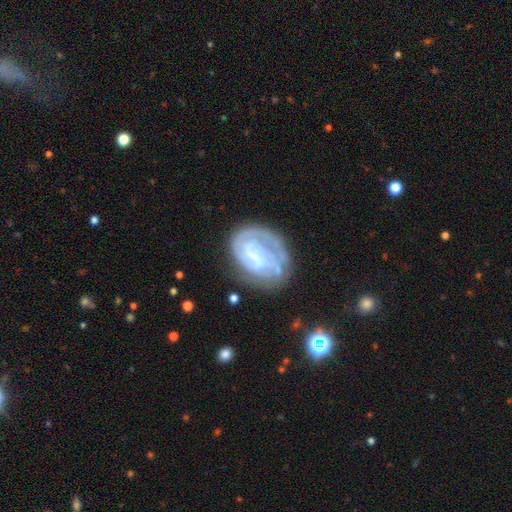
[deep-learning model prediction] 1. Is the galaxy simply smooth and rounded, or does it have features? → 78% featured or disk, 15% smooth, 7% star or artifact.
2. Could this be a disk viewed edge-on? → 98% no, 2% yes.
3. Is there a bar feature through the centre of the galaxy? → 44% no, 42% weak, 14% strong.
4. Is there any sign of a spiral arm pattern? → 89% yes, 11% no.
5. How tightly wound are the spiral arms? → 67% tight, 26% medium, 8% loose.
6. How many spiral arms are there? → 36% can't tell, 29% 2, 15% 1, 12% 3, 4% 4, 4% more than 4.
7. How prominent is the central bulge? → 51% small, 31% none, 14% moderate, 3% large, 1% dominant.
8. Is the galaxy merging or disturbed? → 60% none, 23% minor disturbance, 15% major disturbance, 3% merger.